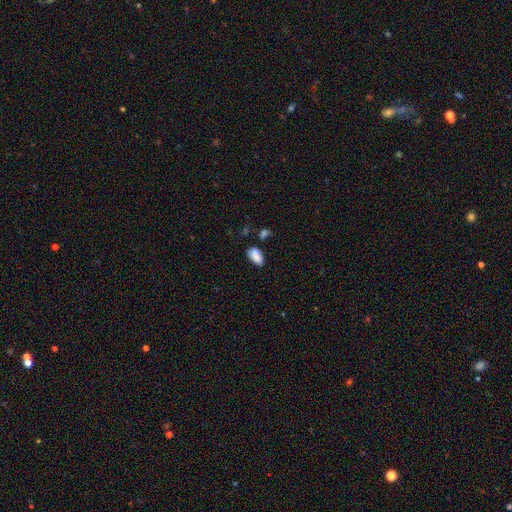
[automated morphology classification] smooth-or-featured: smooth: 87% | star or artifact: 8% | featured or disk: 5%
  how-rounded: in between: 93% | cigar-shaped: 4% | round: 3%
  merging: none: 66% | minor disturbance: 21% | merger: 8% | major disturbance: 5%